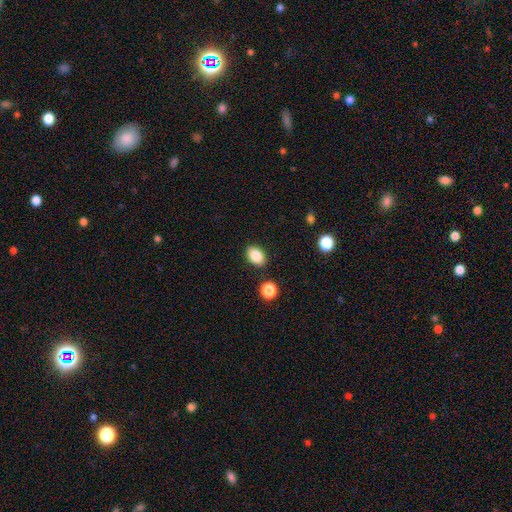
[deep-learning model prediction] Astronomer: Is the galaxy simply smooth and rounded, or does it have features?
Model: smooth — 86%.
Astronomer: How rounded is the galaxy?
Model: in between — 81%.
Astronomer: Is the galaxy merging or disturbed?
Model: none — 86%.